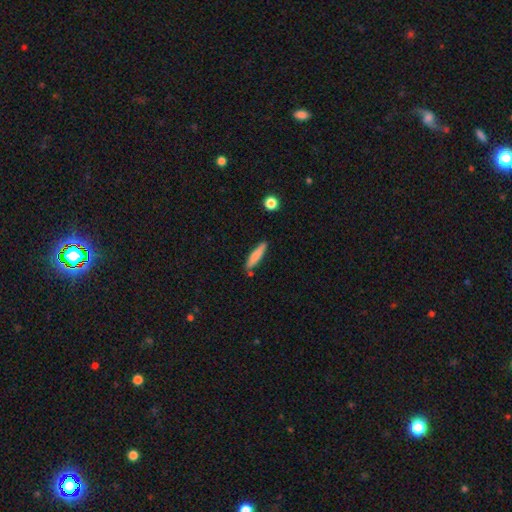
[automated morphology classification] Smooth or featured? Predicted: smooth (p=0.75). How rounded? Predicted: cigar-shaped (p=0.87). Merging? Predicted: none (p=0.79).